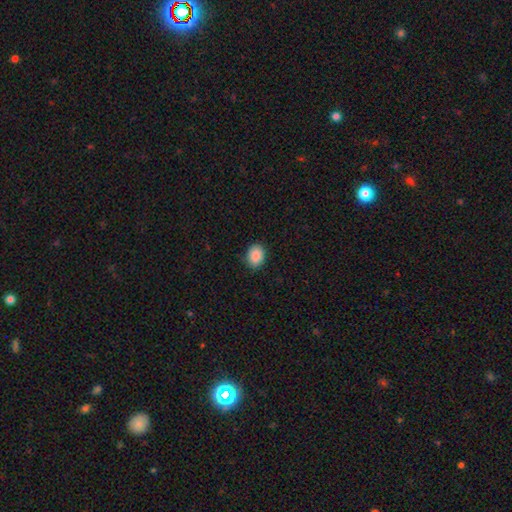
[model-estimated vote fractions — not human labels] Smooth or featured? smooth (89%)
How rounded? in between (60%)
Merging? none (87%)